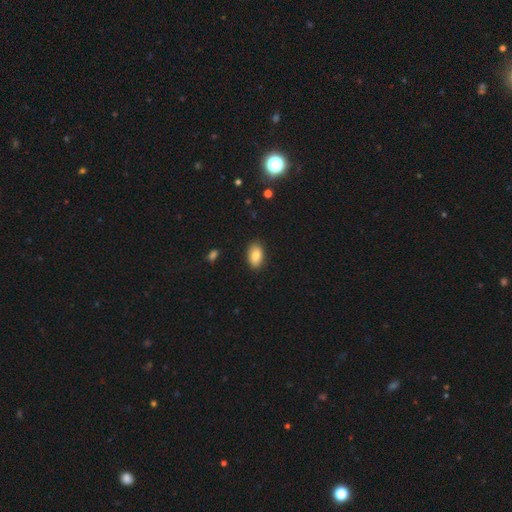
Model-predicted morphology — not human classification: A smooth galaxy with no disk features (85%) that is in between round and cigar-shaped (92%).

Vote fractions:
- Smooth or featured? smooth: 85% / featured or disk: 7% / star or artifact: 7%
- How rounded? in between: 92% / round: 6% / cigar-shaped: 2%
- Merging? none: 87% / minor disturbance: 10% / major disturbance: 2% / merger: 1%